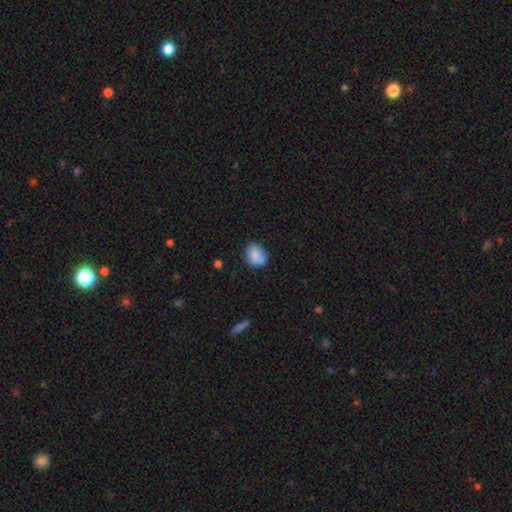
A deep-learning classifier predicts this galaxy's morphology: type=smooth (83%); roundness=round (50%); merging=none (65%).